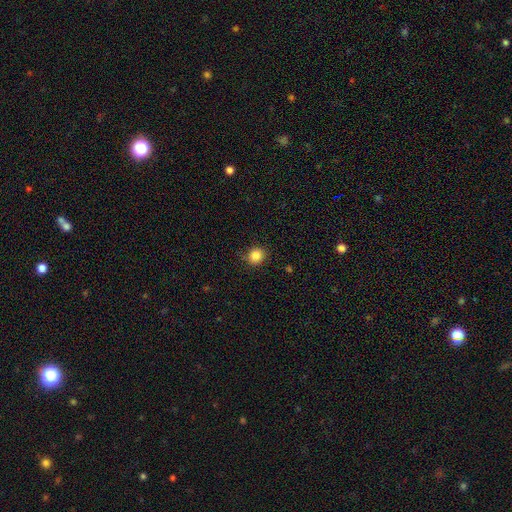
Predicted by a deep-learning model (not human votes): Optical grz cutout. It shows a smooth galaxy with no disk features (85%) that is round (79%). Merging: none (83%).